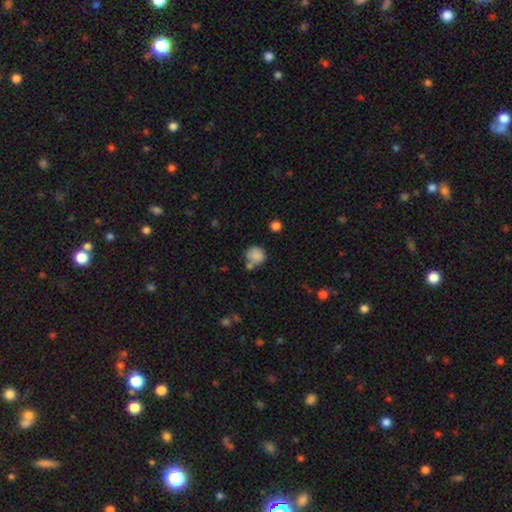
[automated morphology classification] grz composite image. It shows a smooth galaxy with no disk features (83%) that is round (83%). Merging: none (56%).